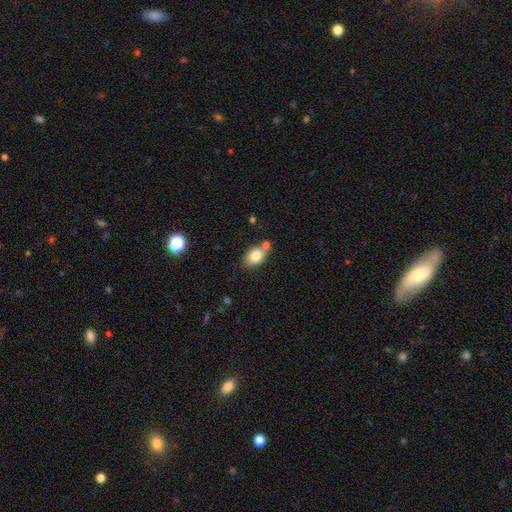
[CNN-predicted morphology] Smooth or featured?
  - smooth: 78% *
  - featured or disk: 13%
  - star or artifact: 8%
How rounded?
  - in between: 82% *
  - round: 16%
  - cigar-shaped: 2%
Merging?
  - none: 62% *
  - merger: 19%
  - minor disturbance: 15%
  - major disturbance: 4%